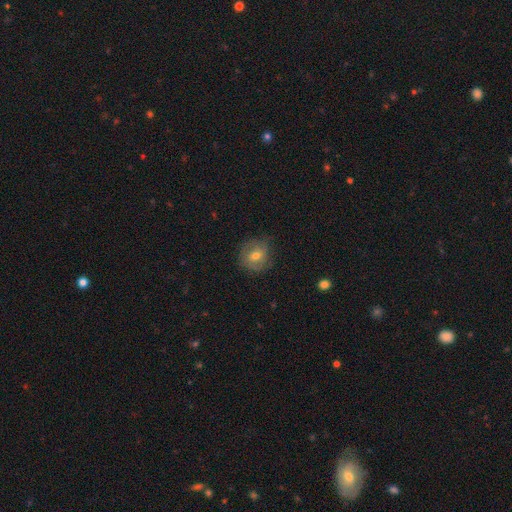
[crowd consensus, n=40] smooth 72%, featured or disk 18%, star or artifact 10%. Down the decision tree: how rounded — round (79%); merging — none (61%).